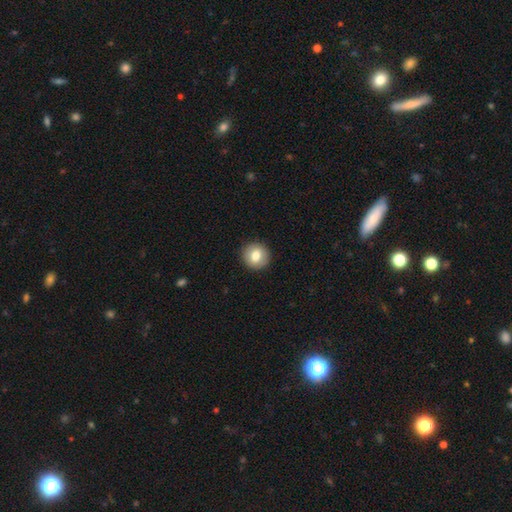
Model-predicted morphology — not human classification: This appears to be a smooth galaxy with no disk features (78%) that is round (92%). Merging: none (92%).